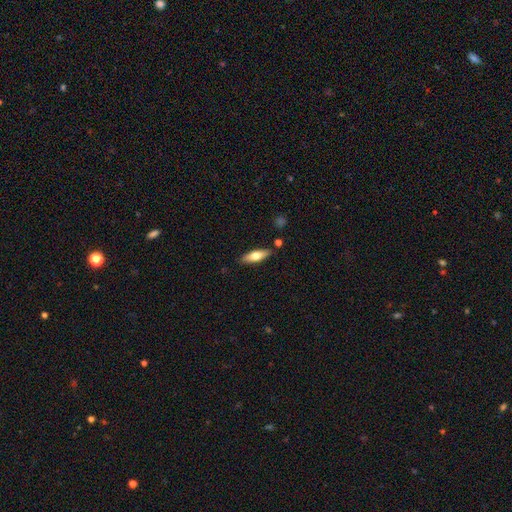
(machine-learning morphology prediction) A smooth galaxy with no disk features (63%) that is in between round and cigar-shaped (49%).

Vote fractions:
- Smooth or featured? smooth: 63% / featured or disk: 31% / star or artifact: 6%
- How rounded? in between: 49% / cigar-shaped: 48% / round: 2%
- Merging? none: 84% / minor disturbance: 11% / merger: 3% / major disturbance: 2%